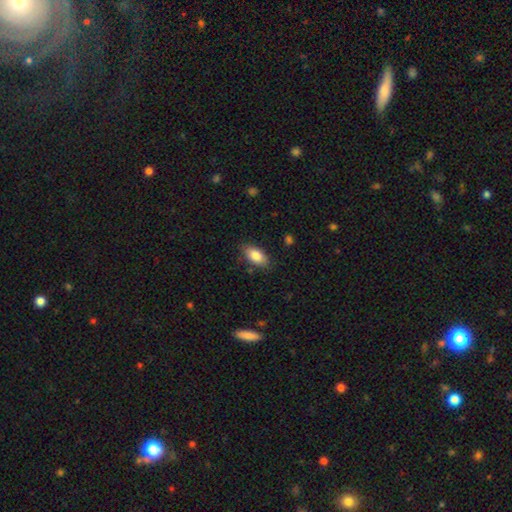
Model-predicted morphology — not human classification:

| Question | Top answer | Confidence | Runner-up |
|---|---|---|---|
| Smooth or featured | smooth | 84% | featured or disk (8%) |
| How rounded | in between | 91% | cigar-shaped (5%) |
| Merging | none | 83% | minor disturbance (13%) |